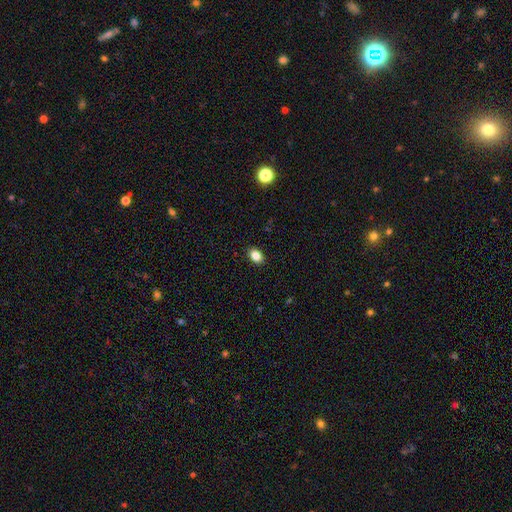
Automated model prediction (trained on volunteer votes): Morphology: type=smooth (85%); roundness=in between (72%); merging=none (90%).